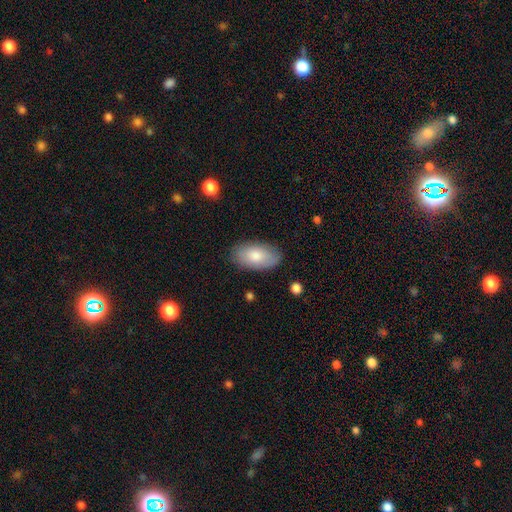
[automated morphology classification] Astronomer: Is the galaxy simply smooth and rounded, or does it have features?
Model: smooth — 78%.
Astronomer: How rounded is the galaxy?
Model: in between — 95%.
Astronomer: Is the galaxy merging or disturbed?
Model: none — 85%.